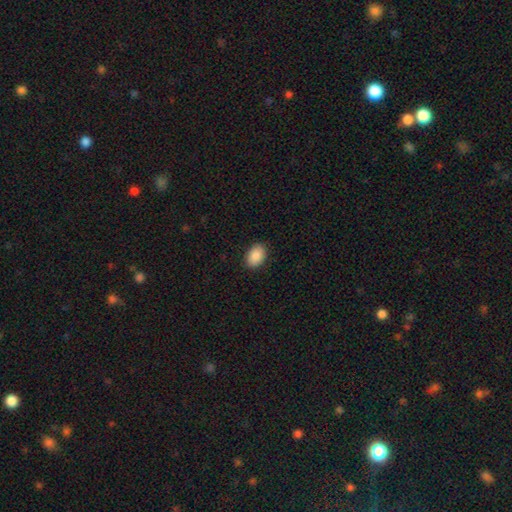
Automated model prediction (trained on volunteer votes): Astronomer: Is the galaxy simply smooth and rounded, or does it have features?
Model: smooth — 89%.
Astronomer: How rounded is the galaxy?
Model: in between — 87%.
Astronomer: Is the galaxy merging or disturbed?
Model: none — 90%.